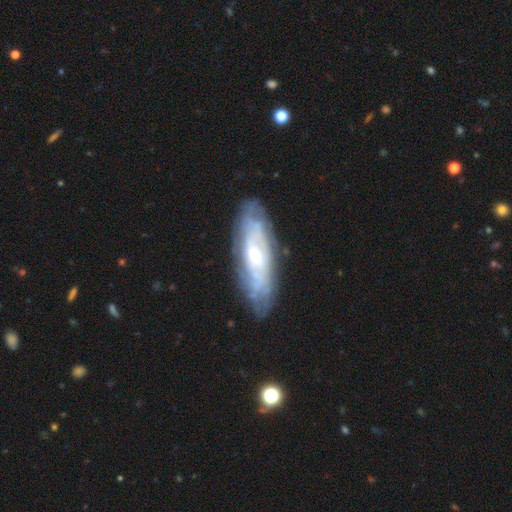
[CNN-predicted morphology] A featured or disk galaxy (71%) with no bar (61%), spiral arms (80%) and a small central bulge (44%). Merging: none (78%).